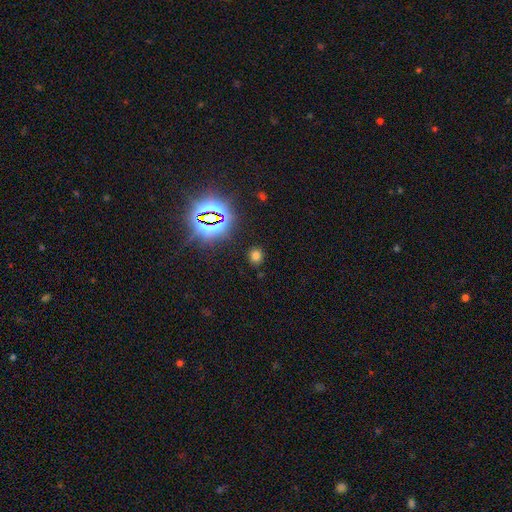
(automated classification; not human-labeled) This appears to be a smooth galaxy with no disk features (64%) that is round (76%). Merging: none (86%).